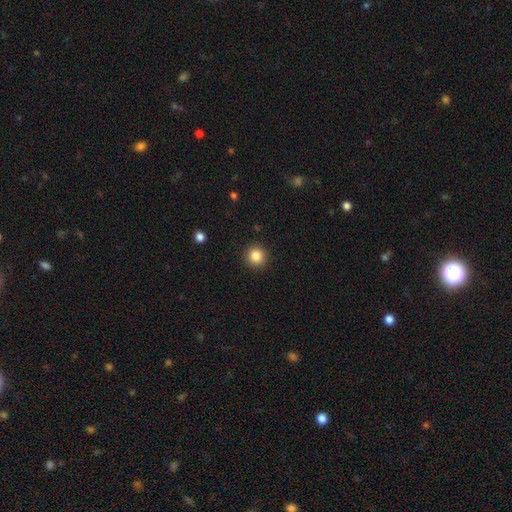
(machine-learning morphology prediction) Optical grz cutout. It shows a smooth galaxy with no disk features (85%) that is round (94%). Merging: none (92%).